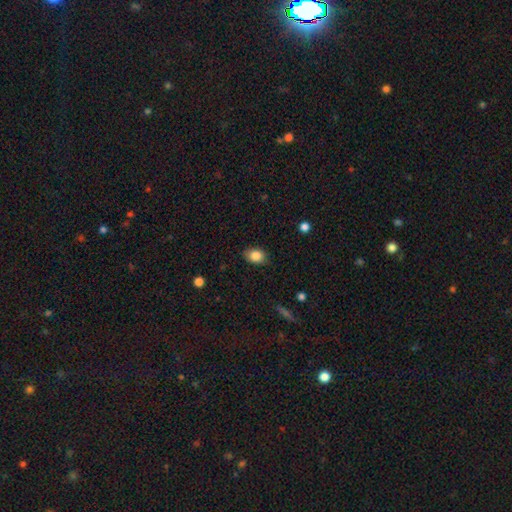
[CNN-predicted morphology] A smooth galaxy with no disk features (86%) that is in between round and cigar-shaped (75%).

Vote fractions:
- Smooth or featured? smooth: 86% / star or artifact: 8% / featured or disk: 6%
- How rounded? in between: 75% / round: 23% / cigar-shaped: 1%
- Merging? none: 81% / minor disturbance: 15% / major disturbance: 3% / merger: 1%